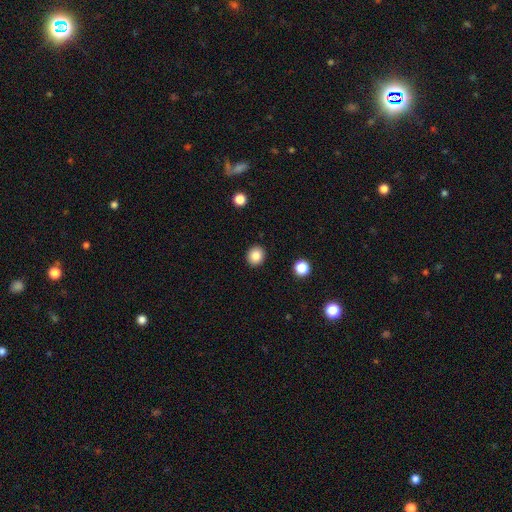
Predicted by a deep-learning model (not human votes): This appears to be a smooth galaxy with no disk features (86%) that is round (82%). Merging: none (91%).